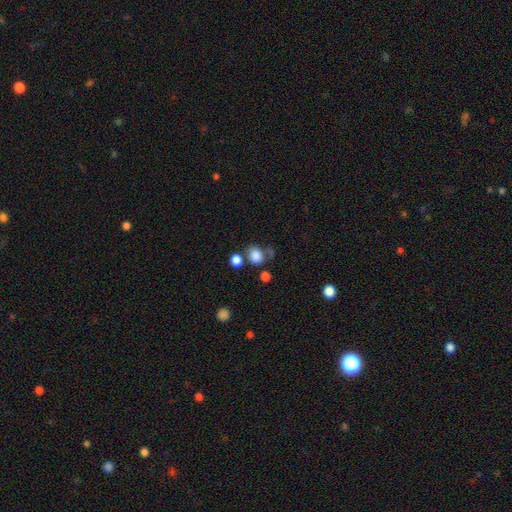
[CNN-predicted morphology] smooth-or-featured: smooth: 84% | star or artifact: 11% | featured or disk: 5%
  how-rounded: round: 63% | in between: 37% | cigar-shaped: 1%
  merging: none: 63% | merger: 17% | minor disturbance: 14% | major disturbance: 6%